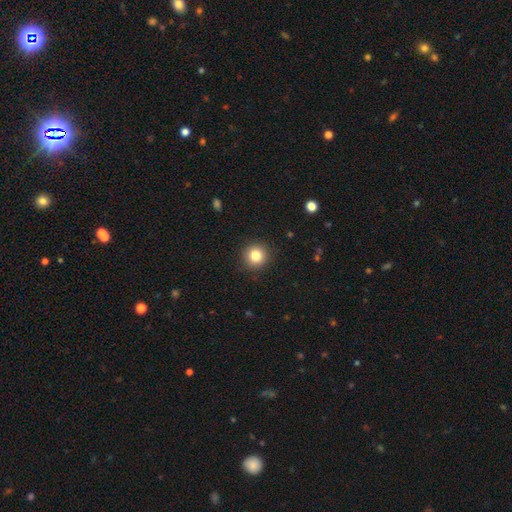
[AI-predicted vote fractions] A smooth galaxy with no disk features (83%) that is round (93%).

Vote fractions:
- Smooth or featured? smooth: 83% / star or artifact: 11% / featured or disk: 6%
- How rounded? round: 93% / in between: 6% / cigar-shaped: 1%
- Merging? none: 91% / minor disturbance: 6% / major disturbance: 2% / merger: 1%